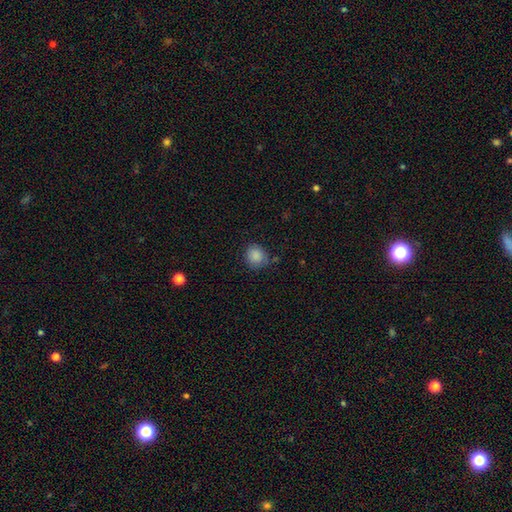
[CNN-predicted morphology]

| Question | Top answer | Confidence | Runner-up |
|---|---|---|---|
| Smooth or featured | smooth | 87% | star or artifact (9%) |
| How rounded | round | 81% | in between (18%) |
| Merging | none | 76% | minor disturbance (17%) |